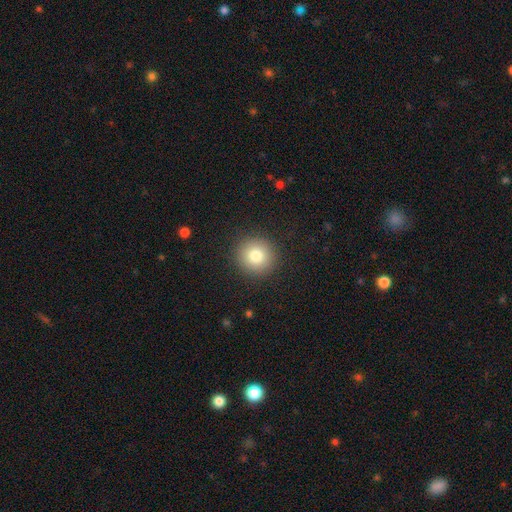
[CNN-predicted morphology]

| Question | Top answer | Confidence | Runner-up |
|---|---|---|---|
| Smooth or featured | smooth | 81% | star or artifact (11%) |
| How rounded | round | 94% | in between (5%) |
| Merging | none | 91% | minor disturbance (6%) |